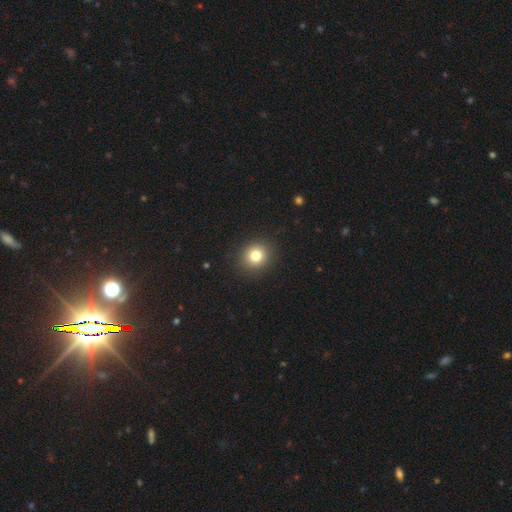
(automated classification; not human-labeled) Q: Smooth or featured?
A: smooth (81%); runner-up: star or artifact (12%)
Q: How rounded?
A: round (88%); runner-up: in between (12%)
Q: Merging?
A: none (91%); runner-up: minor disturbance (6%)